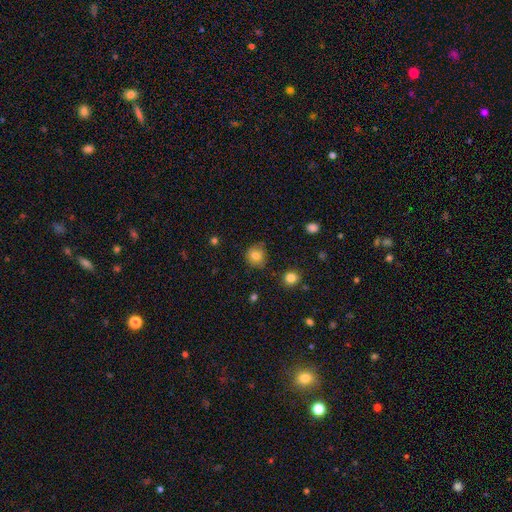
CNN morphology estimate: The model was most divided on "merging": none: 78%, minor disturbance: 17%, major disturbance: 3%, merger: 2%. More confident: how rounded — round (87%); smooth or featured — smooth (80%).